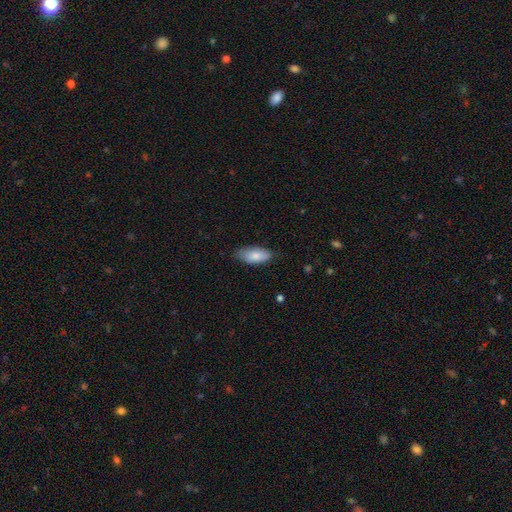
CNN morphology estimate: Smooth or featured?
  - smooth: 82% *
  - featured or disk: 12%
  - star or artifact: 6%
How rounded?
  - in between: 87% *
  - cigar-shaped: 11%
  - round: 2%
Merging?
  - none: 74% *
  - minor disturbance: 22%
  - major disturbance: 3%
  - merger: 1%